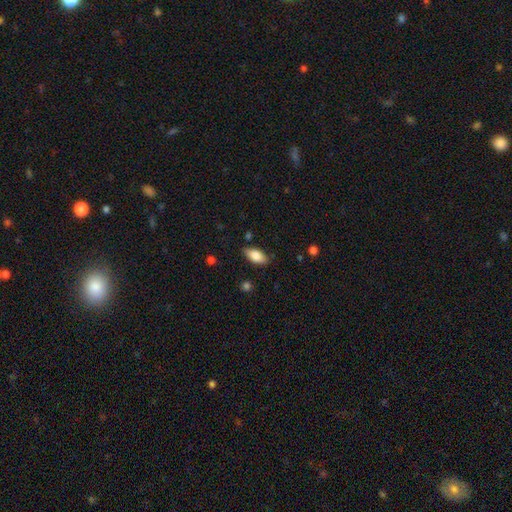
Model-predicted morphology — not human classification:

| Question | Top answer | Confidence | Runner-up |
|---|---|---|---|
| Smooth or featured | smooth | 81% | featured or disk (12%) |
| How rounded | in between | 89% | cigar-shaped (8%) |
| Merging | none | 83% | minor disturbance (13%) |